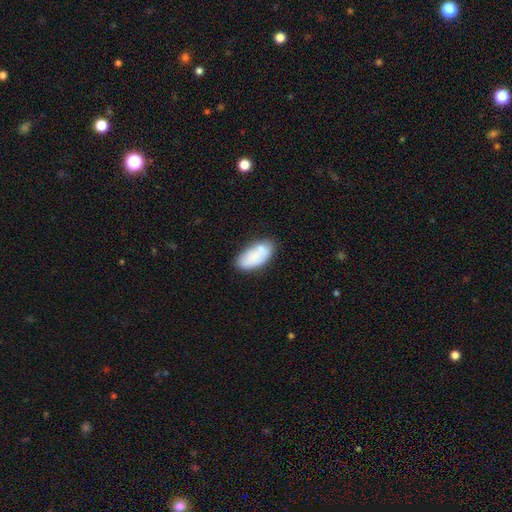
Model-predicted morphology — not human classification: Smooth or featured? smooth (78%)
How rounded? in between (94%)
Merging? none (67%)